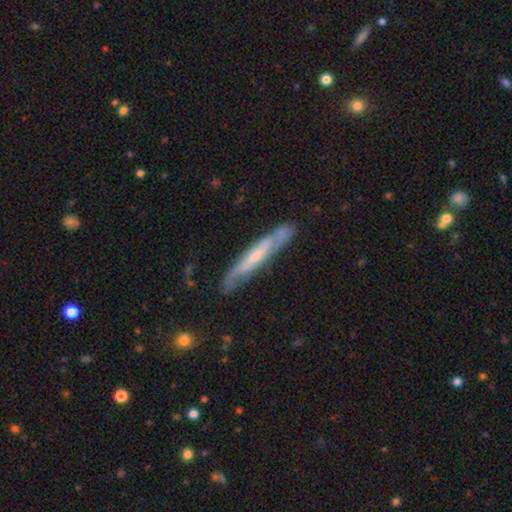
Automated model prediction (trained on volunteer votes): Q: Smooth or featured?
A: featured or disk (64%); runner-up: smooth (30%)
Q: Edge-on disk?
A: yes (65%); runner-up: no (35%)
Q: Merging?
A: none (77%); runner-up: minor disturbance (17%)